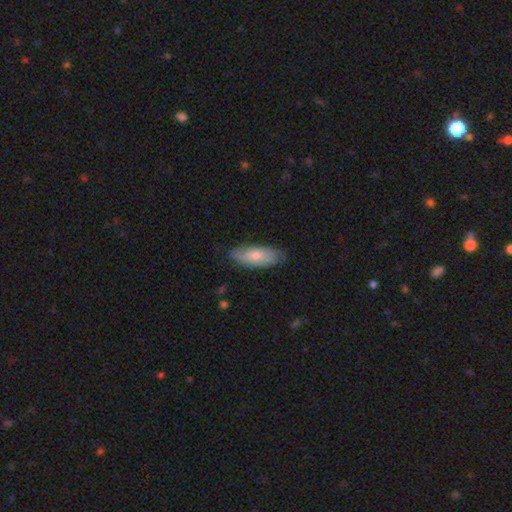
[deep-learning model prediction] Smooth or featured?
  - smooth: 65% *
  - featured or disk: 29%
  - star or artifact: 5%
How rounded?
  - in between: 77% *
  - cigar-shaped: 21%
  - round: 2%
Merging?
  - none: 77% *
  - minor disturbance: 18%
  - major disturbance: 3%
  - merger: 1%